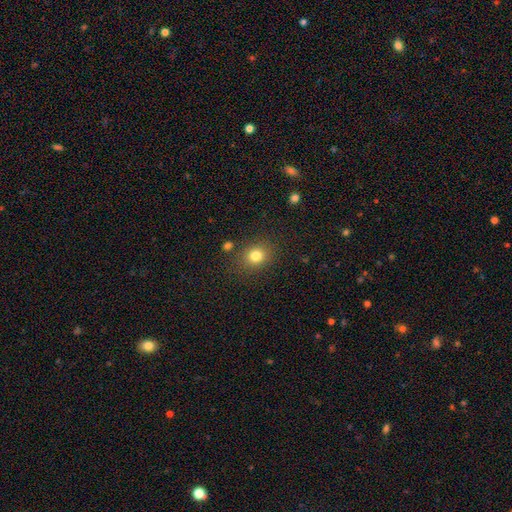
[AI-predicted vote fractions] A smooth galaxy with no disk features (80%) that is round (67%).

Vote fractions:
- Smooth or featured? smooth: 80% / star or artifact: 13% / featured or disk: 7%
- How rounded? round: 67% / in between: 32% / cigar-shaped: 1%
- Merging? none: 83% / minor disturbance: 10% / major disturbance: 4% / merger: 3%